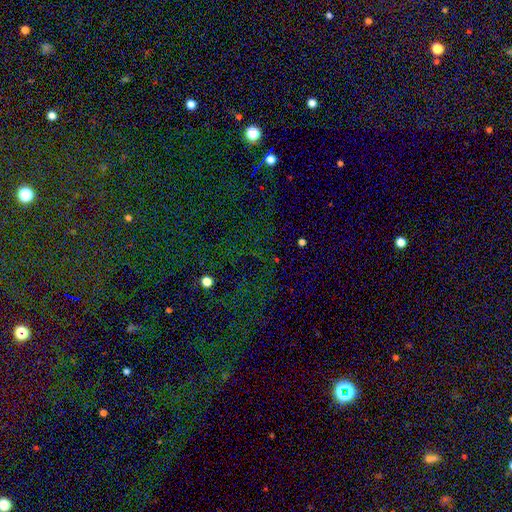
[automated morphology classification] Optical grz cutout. It shows a star or artifact, not a galaxy (77%).